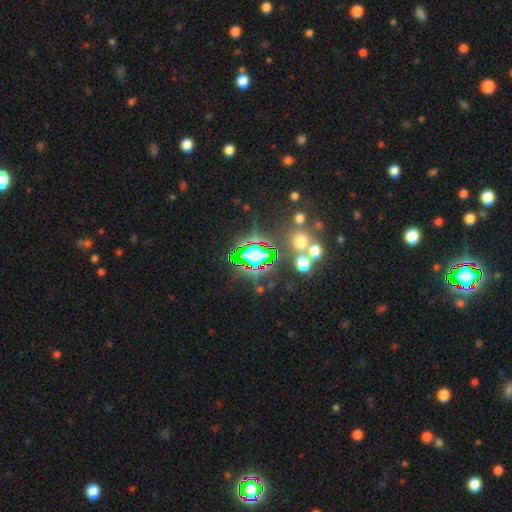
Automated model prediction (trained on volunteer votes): Smooth or featured? star or artifact (69%)